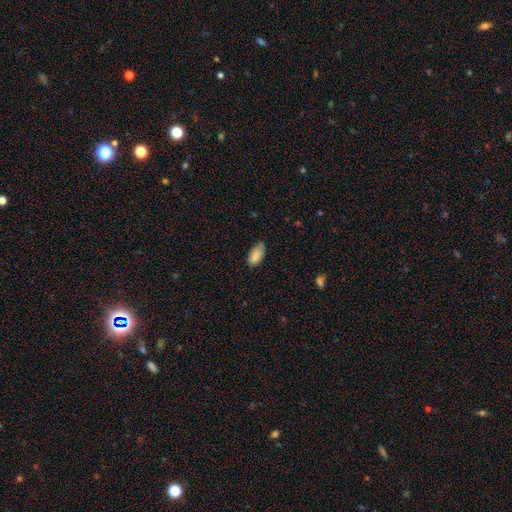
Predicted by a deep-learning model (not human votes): smooth_or_featured: smooth (p=0.85) [alt: star or artifact p=0.08]
how_rounded: in between (p=0.93) [alt: cigar-shaped p=0.04]
merging: none (p=0.59) [alt: minor disturbance p=0.33]